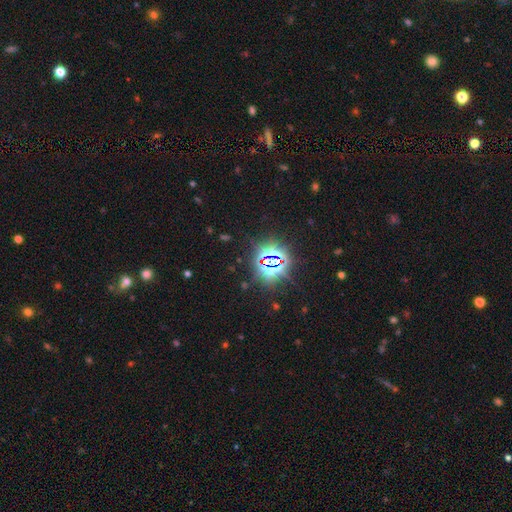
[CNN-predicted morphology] Q: Smooth or featured?
A: star or artifact (82%); runner-up: smooth (11%)